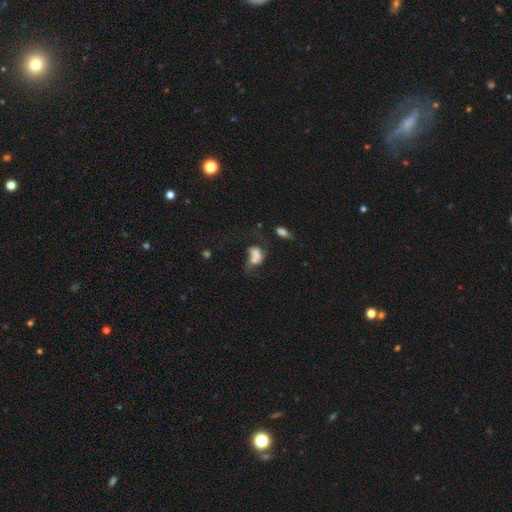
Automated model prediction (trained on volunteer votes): A smooth galaxy with no disk features (53%) that is in between round and cigar-shaped (76%).

Vote fractions:
- Smooth or featured? smooth: 53% / featured or disk: 33% / star or artifact: 14%
- How rounded? in between: 76% / round: 21% / cigar-shaped: 3%
- Merging? merger: 41% / major disturbance: 28% / none: 18% / minor disturbance: 13%